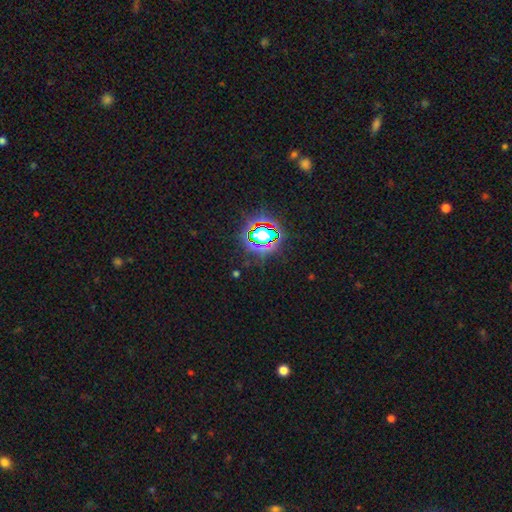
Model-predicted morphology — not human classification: star or artifact 81%, smooth 12%, featured or disk 7%.